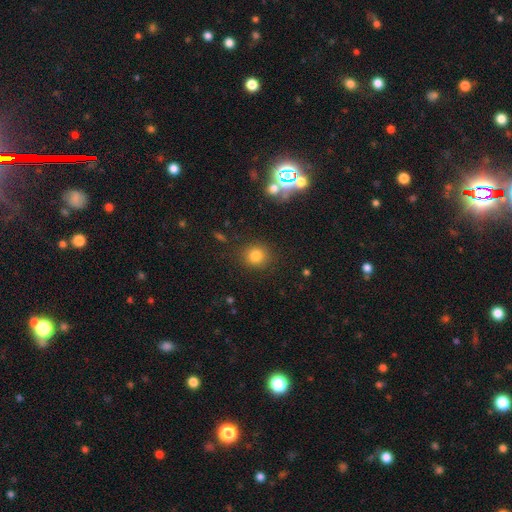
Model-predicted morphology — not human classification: A smooth galaxy with no disk features (80%) that is round (85%). Merging: none (87%).